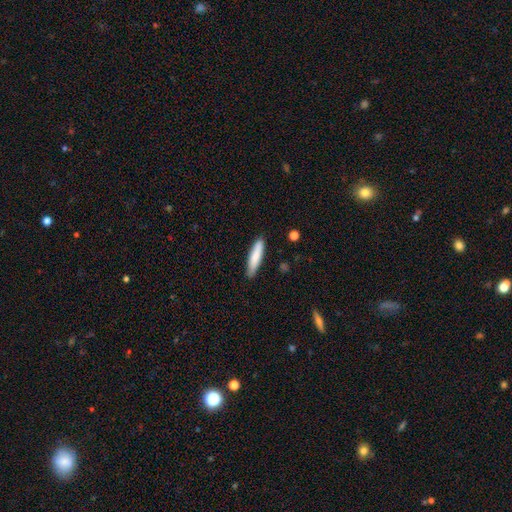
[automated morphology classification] Smooth or featured? smooth (81%)
How rounded? cigar-shaped (82%)
Merging? none (86%)